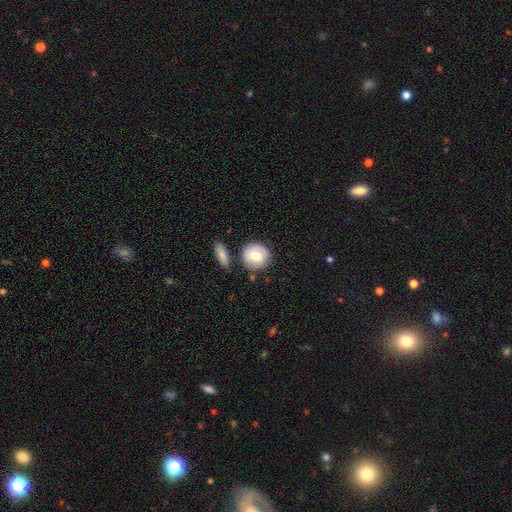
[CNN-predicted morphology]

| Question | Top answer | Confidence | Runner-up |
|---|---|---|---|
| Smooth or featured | smooth | 68% | featured or disk (25%) |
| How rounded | round | 88% | in between (11%) |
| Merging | none | 75% | minor disturbance (13%) |